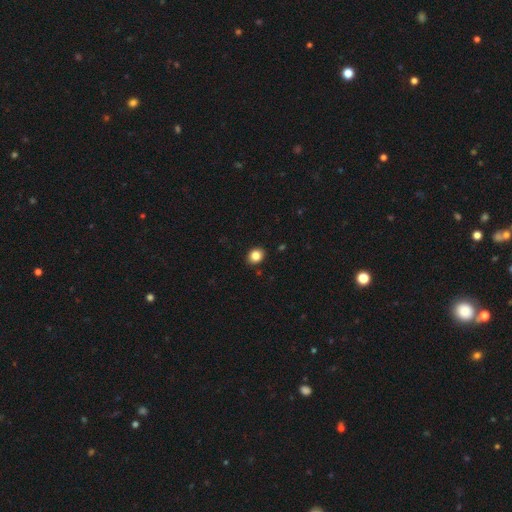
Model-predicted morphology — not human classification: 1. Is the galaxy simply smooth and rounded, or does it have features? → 85% smooth, 10% star or artifact, 5% featured or disk.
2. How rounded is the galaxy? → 58% round, 42% in between, 1% cigar-shaped.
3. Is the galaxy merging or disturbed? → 89% none, 8% minor disturbance, 2% major disturbance, 1% merger.